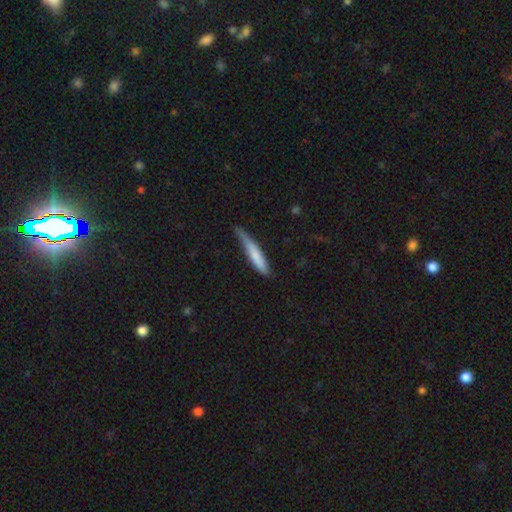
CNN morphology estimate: Overall: smooth (73%). How rounded: cigar-shaped (91%). Merging: none (49%; minor disturbance 39%).